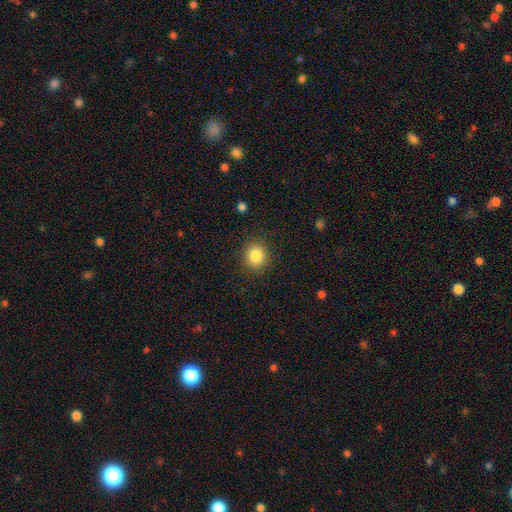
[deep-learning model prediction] A smooth galaxy with no disk features (85%) that is round (79%).

Vote fractions:
- Smooth or featured? smooth: 85% / star or artifact: 10% / featured or disk: 5%
- How rounded? round: 79% / in between: 20% / cigar-shaped: 1%
- Merging? none: 88% / minor disturbance: 8% / major disturbance: 3% / merger: 1%